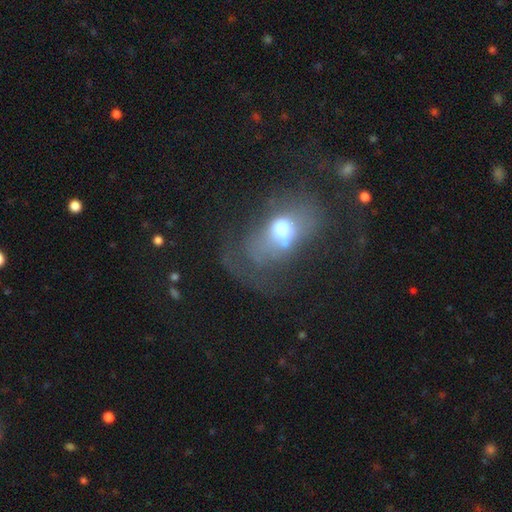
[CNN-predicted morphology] This is possibly a featured or disk galaxy (47%). Merging: marginally major disturbance (41%).